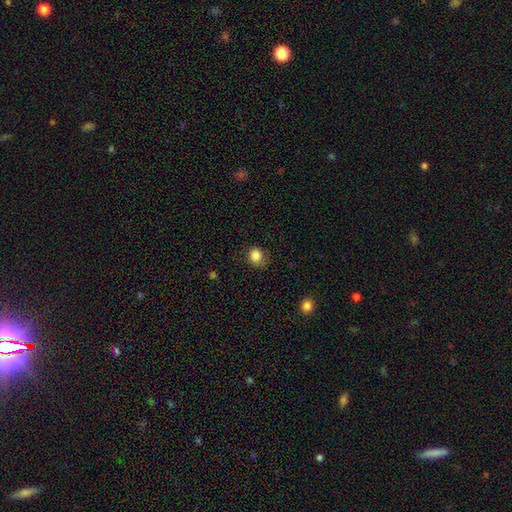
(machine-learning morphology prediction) smooth_or_featured: smooth (p=0.85) [alt: star or artifact p=0.11]
how_rounded: round (p=0.78) [alt: in between p=0.21]
merging: none (p=0.69) [alt: minor disturbance p=0.23]